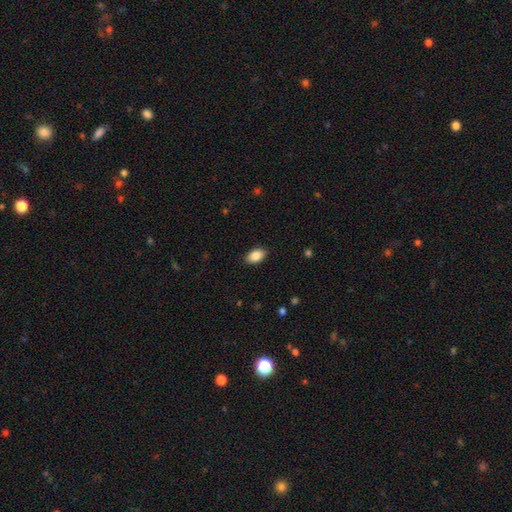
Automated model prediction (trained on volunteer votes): Morphology: type=smooth (87%); roundness=in between (92%); merging=none (88%).